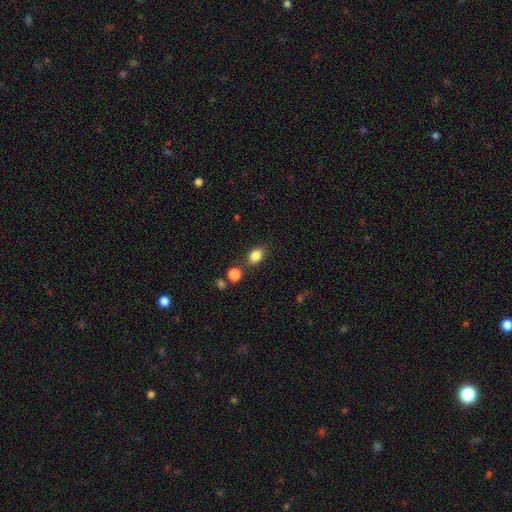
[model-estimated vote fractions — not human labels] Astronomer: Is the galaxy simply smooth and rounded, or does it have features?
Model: smooth — 84%.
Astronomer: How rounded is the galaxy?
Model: in between — 71%.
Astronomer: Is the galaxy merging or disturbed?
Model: none — 78%.